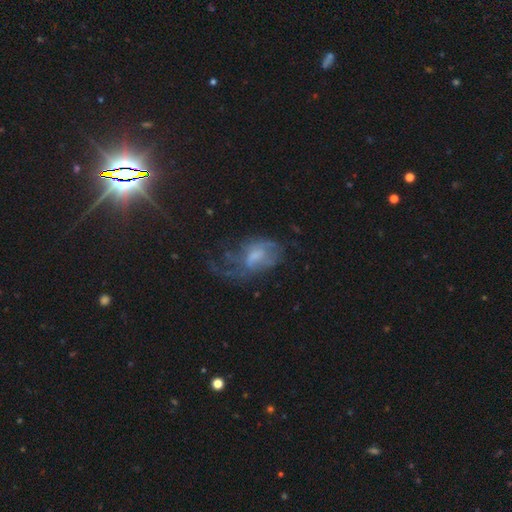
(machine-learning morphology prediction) This appears to be a featured or disk galaxy (59%) with no bar (56%), spiral arms (59%) and a moderate central bulge (39%). Merging: major disturbance (46%).